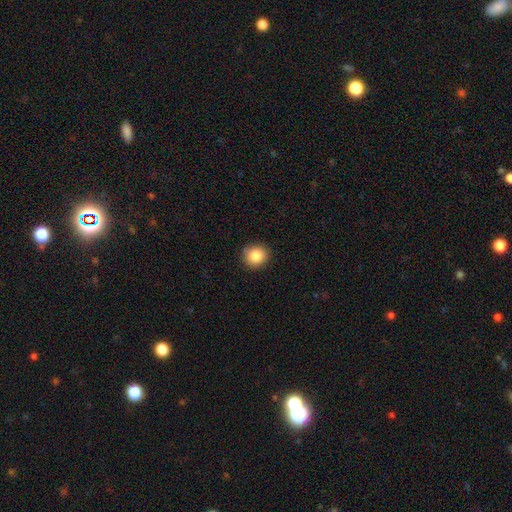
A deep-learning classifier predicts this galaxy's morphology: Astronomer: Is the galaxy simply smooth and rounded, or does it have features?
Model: smooth — 86%.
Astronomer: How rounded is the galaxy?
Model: round — 84%.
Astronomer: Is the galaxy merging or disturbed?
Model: none — 87%.